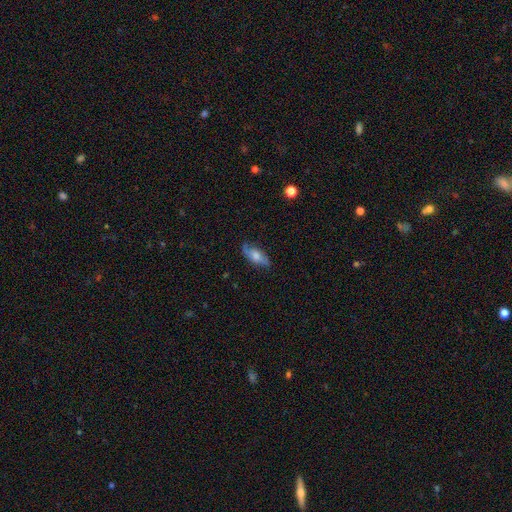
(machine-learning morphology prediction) Smooth or featured? Predicted: smooth (p=0.55). How rounded? Predicted: in between (p=0.76). Merging? Predicted: none (p=0.72).